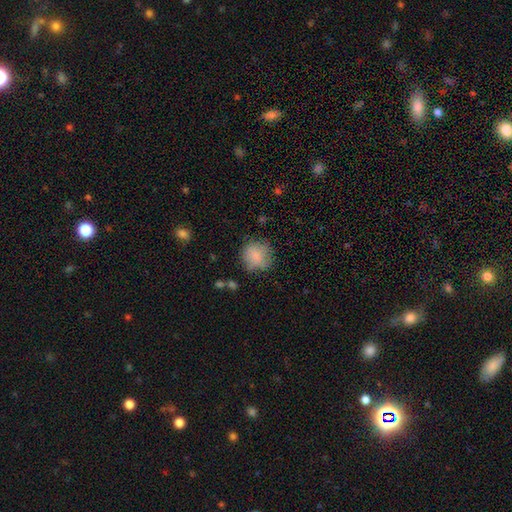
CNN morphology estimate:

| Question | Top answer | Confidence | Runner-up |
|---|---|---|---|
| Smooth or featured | smooth | 79% | featured or disk (12%) |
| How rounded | round | 89% | in between (10%) |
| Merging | none | 70% | minor disturbance (21%) |